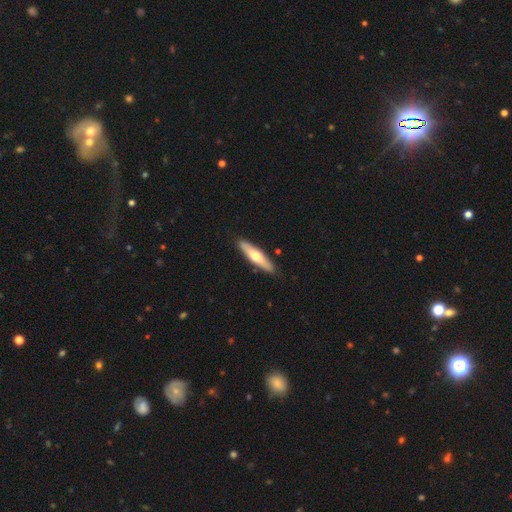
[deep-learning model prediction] This appears to be a smooth galaxy with no disk features (53%) that is cigar-shaped (78%). Merging: none (87%).